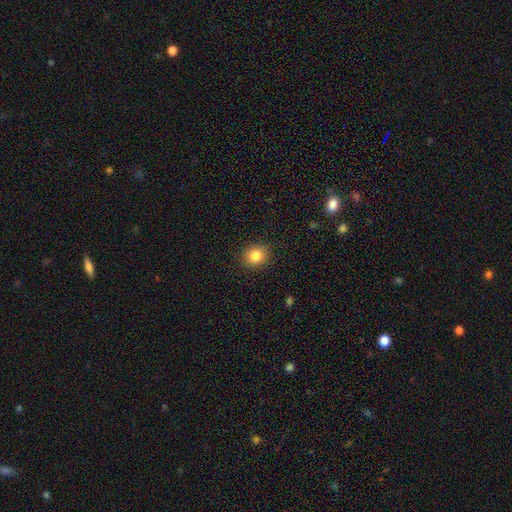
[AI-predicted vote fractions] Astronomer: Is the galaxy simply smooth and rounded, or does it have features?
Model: smooth — 83%.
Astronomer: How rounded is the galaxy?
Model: round — 84%.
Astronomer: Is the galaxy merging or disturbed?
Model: none — 90%.